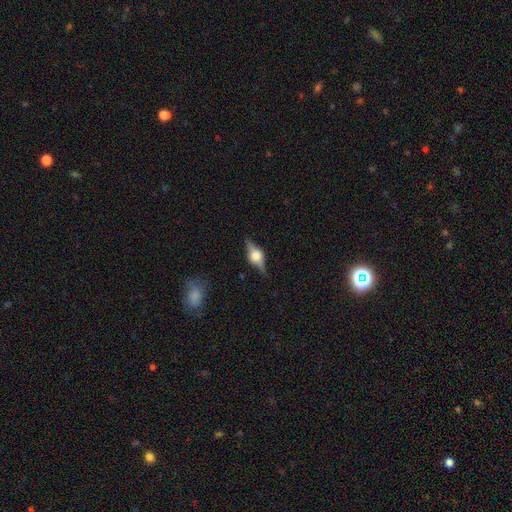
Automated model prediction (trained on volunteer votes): This is likely a featured or disk galaxy (77%). It is clearly viewed edge-on (96%). Edge-on bulge: clearly rounded (93%). Merging: clearly none (86%).